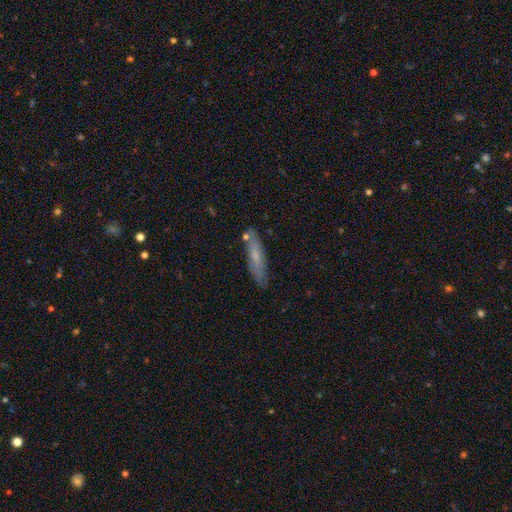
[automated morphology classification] A smooth galaxy with no disk features (61%) that is cigar-shaped (81%).

Vote fractions:
- Smooth or featured? smooth: 61% / featured or disk: 32% / star or artifact: 7%
- How rounded? cigar-shaped: 81% / in between: 17% / round: 2%
- Merging? none: 77% / minor disturbance: 15% / merger: 5% / major disturbance: 3%